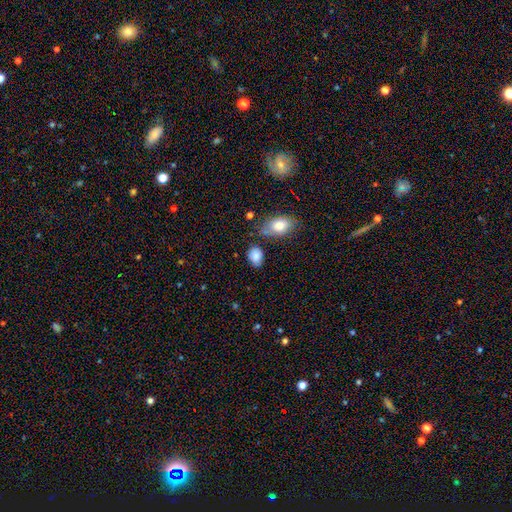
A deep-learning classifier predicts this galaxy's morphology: A smooth galaxy with no disk features (84%) that is in between round and cigar-shaped (71%). Merging: none (65%).